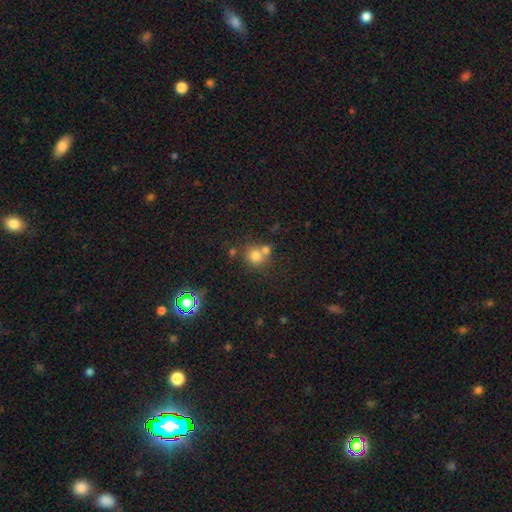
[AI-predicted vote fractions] This is likely a smooth galaxy (75%). How rounded: clearly round (86%). Merging: possibly none (51%).